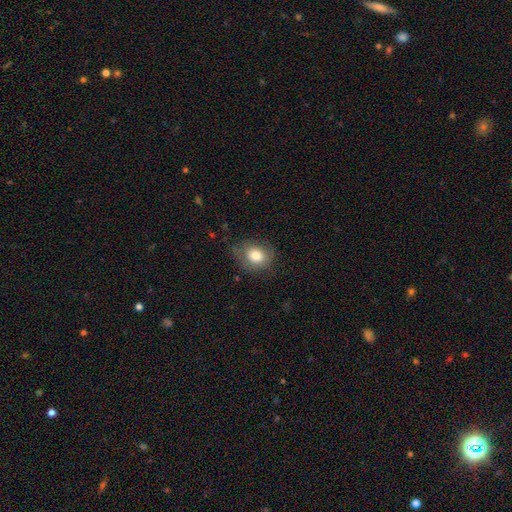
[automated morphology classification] Overall: smooth (80%). How rounded: round (52%; in between 47%). Merging: none (67%).